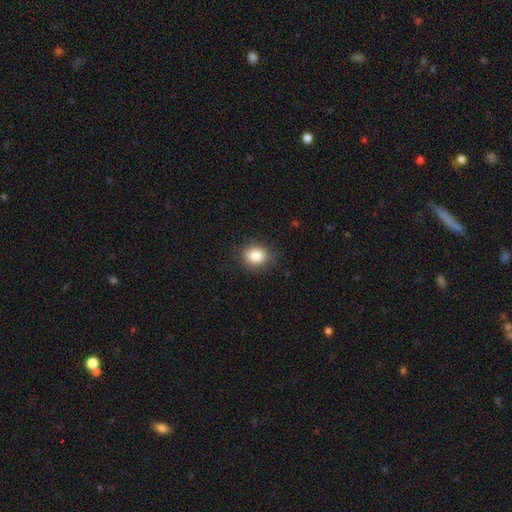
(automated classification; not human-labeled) A smooth galaxy with no disk features (86%) that is round (58%).

Vote fractions:
- Smooth or featured? smooth: 86% / star or artifact: 9% / featured or disk: 5%
- How rounded? round: 58% / in between: 41% / cigar-shaped: 1%
- Merging? none: 84% / minor disturbance: 11% / major disturbance: 3% / merger: 1%